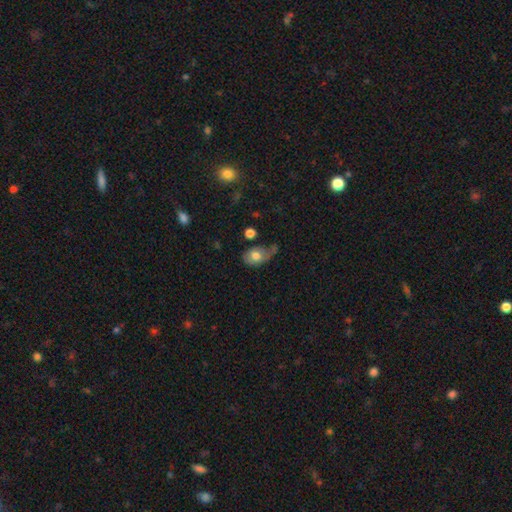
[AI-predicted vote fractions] A smooth galaxy with no disk features (70%) that is in between round and cigar-shaped (82%). Merging: minor disturbance (35%).